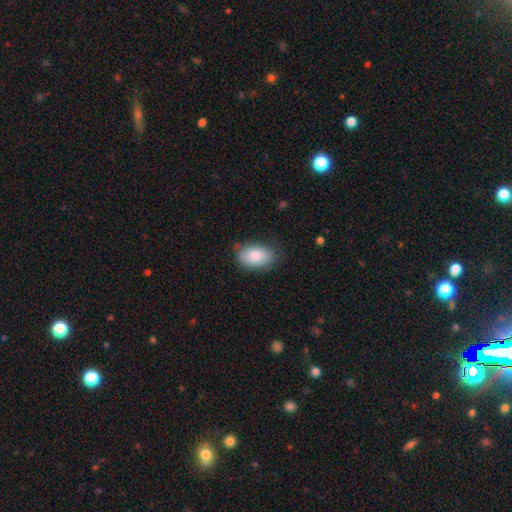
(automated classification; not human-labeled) Q: Smooth or featured?
A: smooth (84%); runner-up: featured or disk (9%)
Q: How rounded?
A: in between (92%); runner-up: round (7%)
Q: Merging?
A: none (79%); runner-up: minor disturbance (16%)